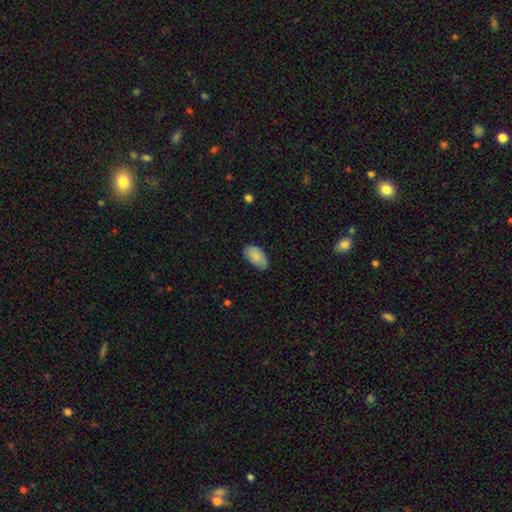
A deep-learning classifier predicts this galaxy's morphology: Smooth or featured: smooth — 86% (featured or disk — 7%)
How rounded: in between — 94% (round — 4%)
Merging: none — 70% (minor disturbance — 25%)